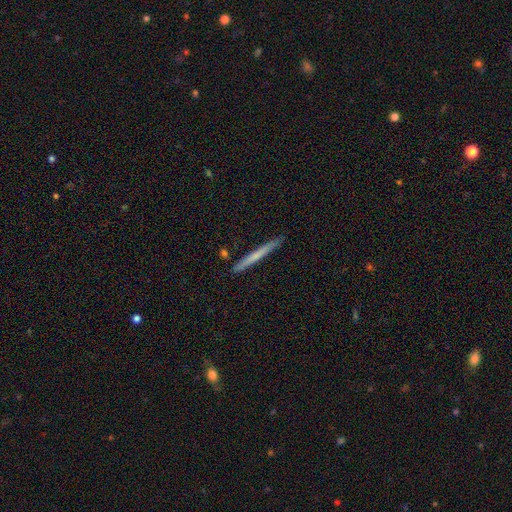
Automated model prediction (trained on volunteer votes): Overall: smooth (58%; featured or disk 37%). How rounded: cigar-shaped (97%). Merging: none (89%).